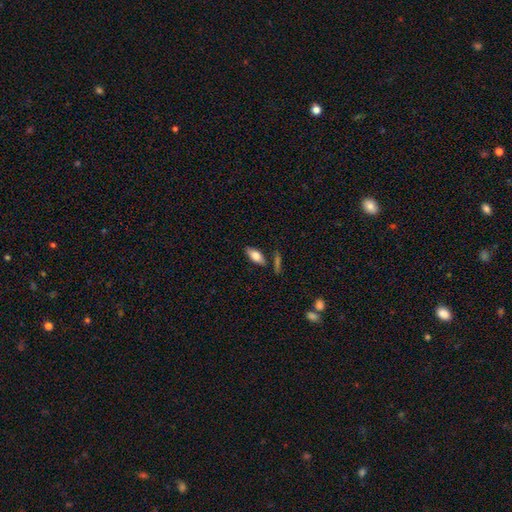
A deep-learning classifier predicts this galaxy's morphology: Smooth or featured? smooth (74%)
How rounded? in between (84%)
Merging? none (75%)